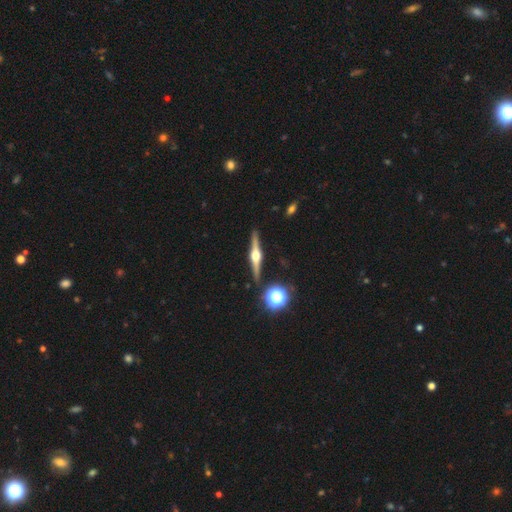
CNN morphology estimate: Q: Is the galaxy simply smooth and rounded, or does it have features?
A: featured or disk — 84%.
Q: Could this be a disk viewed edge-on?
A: yes — 98%.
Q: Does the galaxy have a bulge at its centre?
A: rounded — 95%.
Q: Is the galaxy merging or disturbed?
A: none — 90%.